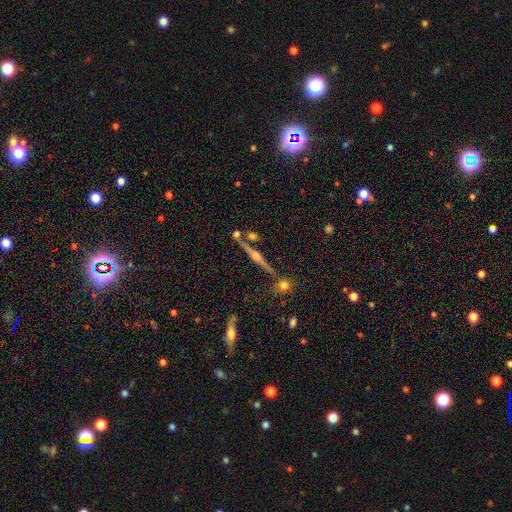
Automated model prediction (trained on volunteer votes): Smooth or featured: featured or disk — 83% (smooth — 9%)
Edge-on disk: yes — 98% (no — 2%)
Edge-on bulge: rounded — 90% (boxy — 6%)
Merging: none — 81% (minor disturbance — 9%)